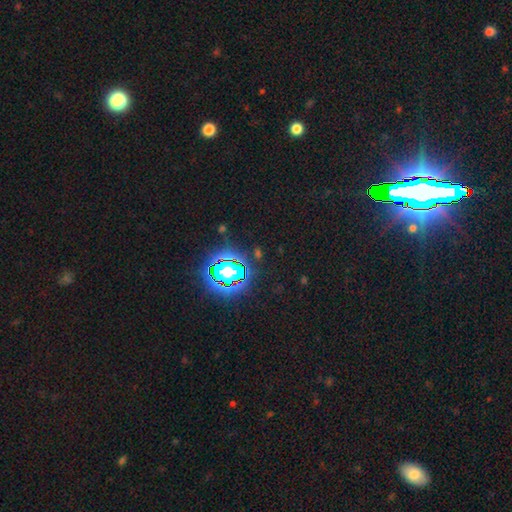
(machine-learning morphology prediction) Q: Smooth or featured?
A: star or artifact (77%); runner-up: smooth (14%)